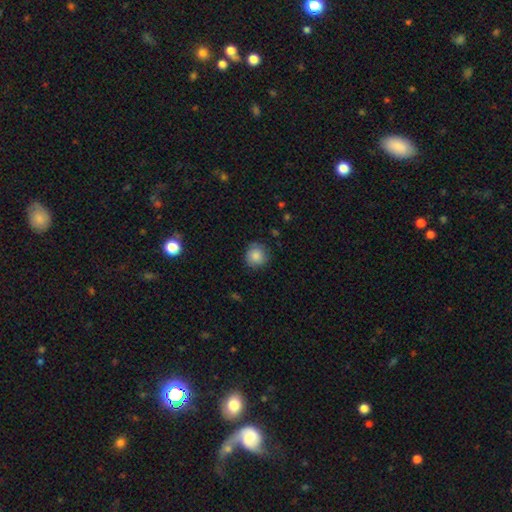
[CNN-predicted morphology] Smooth or featured: smooth — 85% (star or artifact — 8%)
How rounded: round — 90% (in between — 9%)
Merging: none — 82% (minor disturbance — 14%)